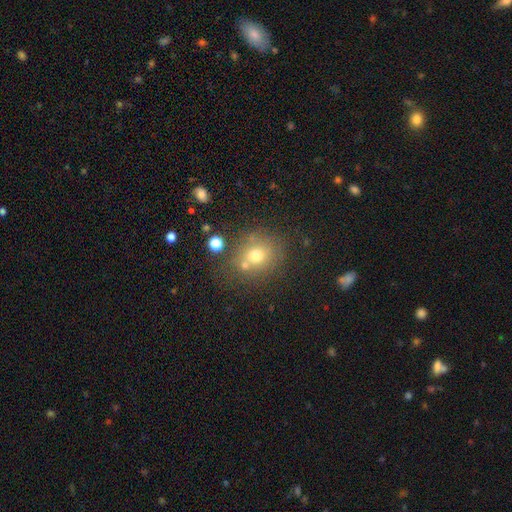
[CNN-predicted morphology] The model was most divided on "merging": none: 66%, merger: 17%, minor disturbance: 12%, major disturbance: 5%. More confident: how rounded — round (76%); smooth or featured — smooth (68%).